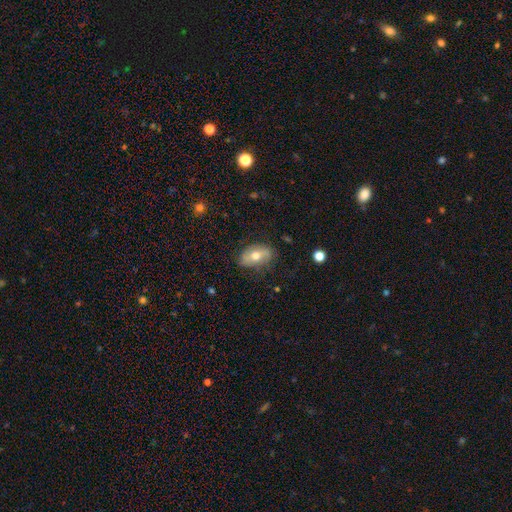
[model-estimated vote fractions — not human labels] The model was most divided on "smooth or featured": smooth: 60%, featured or disk: 32%, star or artifact: 8%. More confident: how rounded — in between (89%); merging — none (74%).